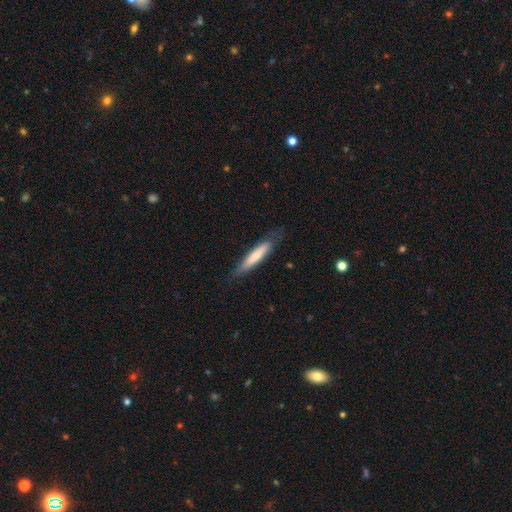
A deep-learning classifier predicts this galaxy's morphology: Overall: smooth (69%). How rounded: cigar-shaped (88%). Merging: none (77%).